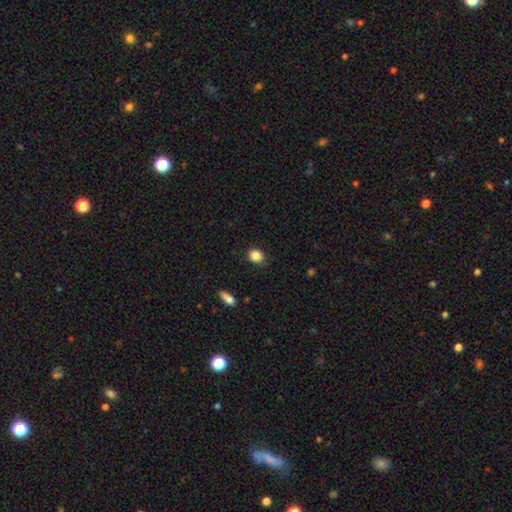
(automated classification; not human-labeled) The model was most divided on "how rounded": round: 73%, in between: 26%, cigar-shaped: 1%. More confident: smooth or featured — smooth (86%); merging — none (86%).